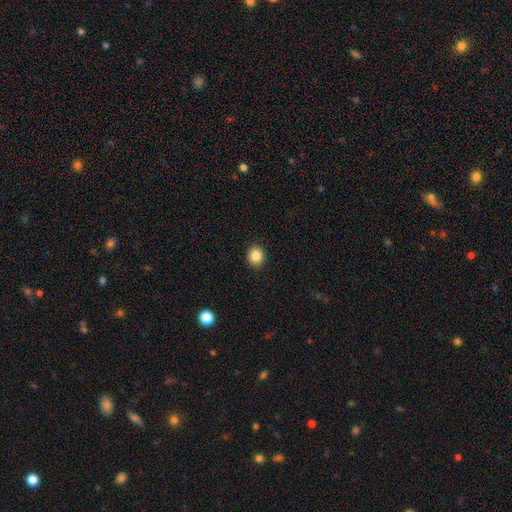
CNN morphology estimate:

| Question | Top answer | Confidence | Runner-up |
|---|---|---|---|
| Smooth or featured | smooth | 86% | star or artifact (10%) |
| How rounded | round | 76% | in between (24%) |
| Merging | none | 91% | minor disturbance (6%) |